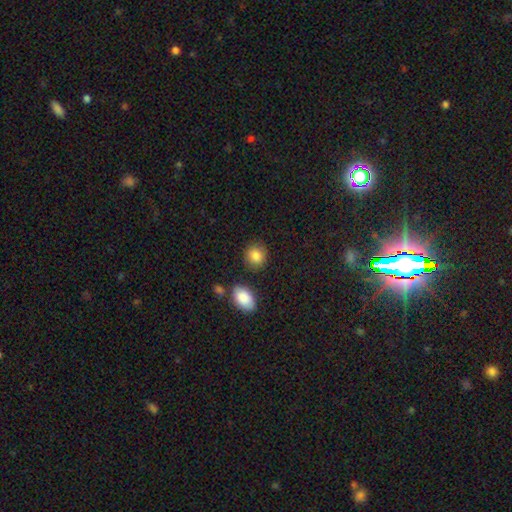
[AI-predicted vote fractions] Smooth or featured?
  - smooth: 86% *
  - star or artifact: 8%
  - featured or disk: 6%
How rounded?
  - round: 74% *
  - in between: 25%
  - cigar-shaped: 1%
Merging?
  - none: 82% *
  - minor disturbance: 11%
  - merger: 4%
  - major disturbance: 3%